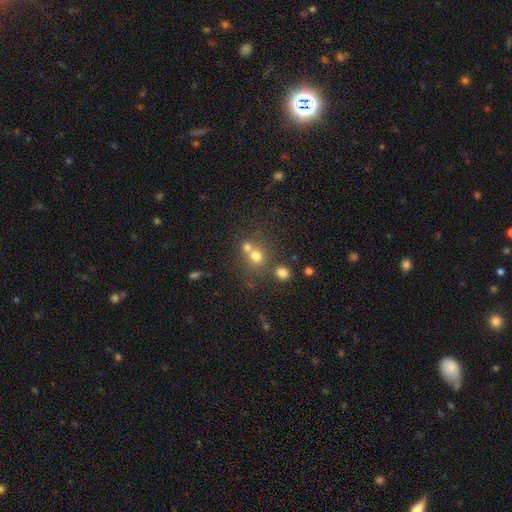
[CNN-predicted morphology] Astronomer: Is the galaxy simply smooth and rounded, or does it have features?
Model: smooth — 69%.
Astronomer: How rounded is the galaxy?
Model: round — 80%.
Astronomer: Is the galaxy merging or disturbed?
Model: none — 45% (runner-up: merger, 44%).